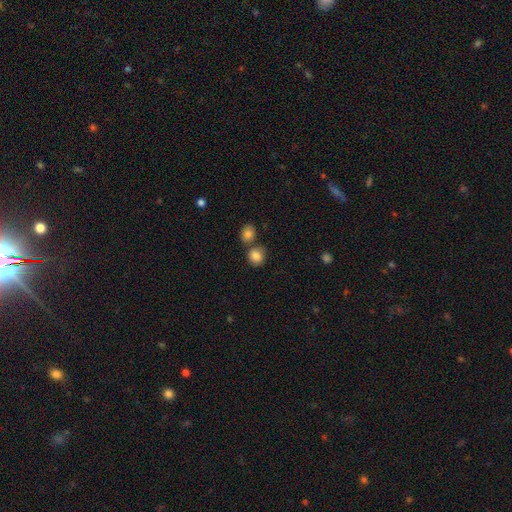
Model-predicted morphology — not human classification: This is clearly a smooth galaxy (84%). How rounded: likely round (78%). Merging: possibly none (59%).